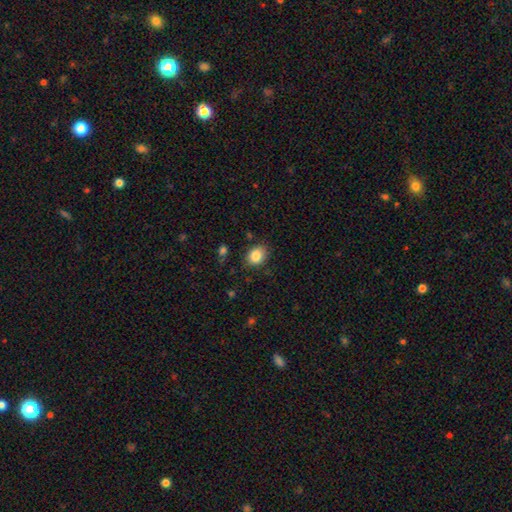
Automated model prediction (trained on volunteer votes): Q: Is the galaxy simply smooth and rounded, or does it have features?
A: smooth — 85%.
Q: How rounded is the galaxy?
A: in between — 58%.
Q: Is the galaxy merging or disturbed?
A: none — 82%.